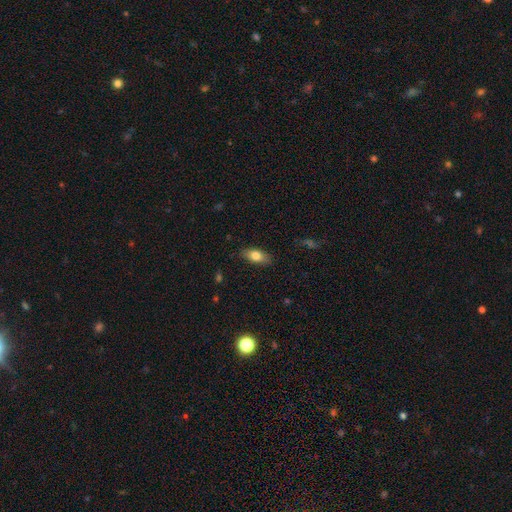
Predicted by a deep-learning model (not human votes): This appears to be a smooth galaxy with no disk features (77%) that is in between round and cigar-shaped (83%). Merging: none (85%).